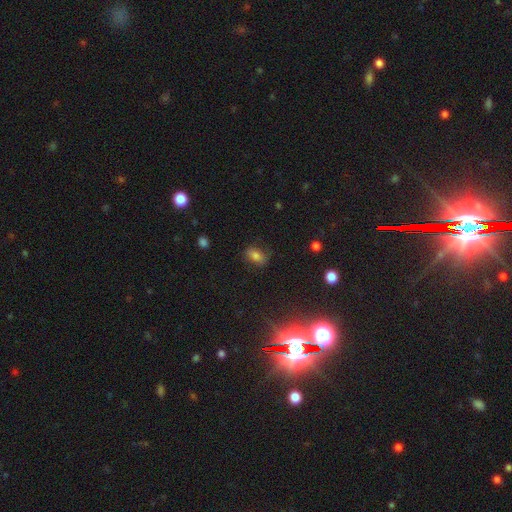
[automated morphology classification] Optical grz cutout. It shows a smooth galaxy with no disk features (71%) that is in between round and cigar-shaped (81%). Merging: none (74%).